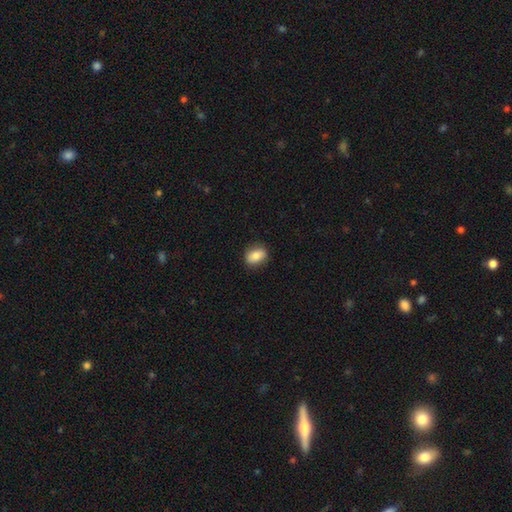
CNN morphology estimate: Smooth or featured? Predicted: smooth (p=0.81). How rounded? Predicted: in between (p=0.71). Merging? Predicted: none (p=0.85).